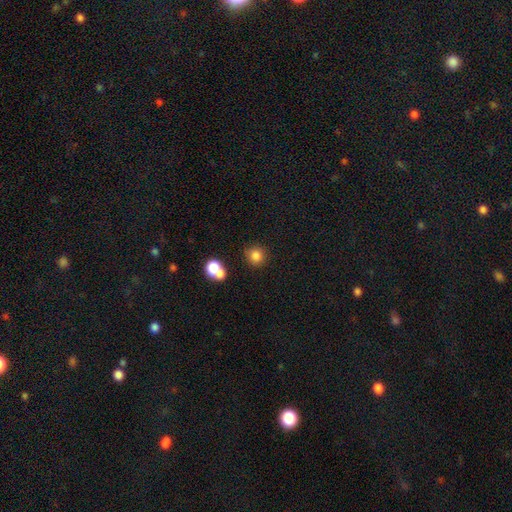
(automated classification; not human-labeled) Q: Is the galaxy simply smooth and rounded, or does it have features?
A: smooth — 82%.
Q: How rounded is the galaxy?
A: round — 90%.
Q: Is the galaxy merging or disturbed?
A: none — 79%.